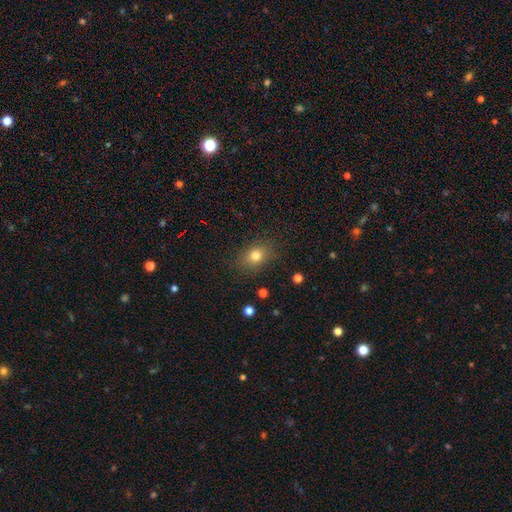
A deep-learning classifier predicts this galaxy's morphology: Overall: smooth (77%). How rounded: in between (60%; round 39%). Merging: none (84%).